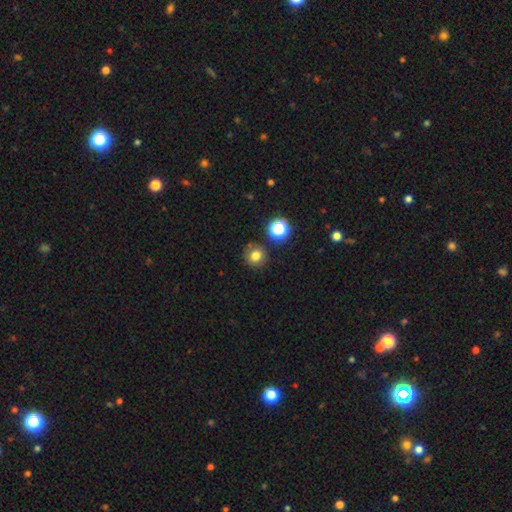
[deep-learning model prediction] This is likely a smooth galaxy (77%). How rounded: clearly round (89%). Merging: clearly none (81%).